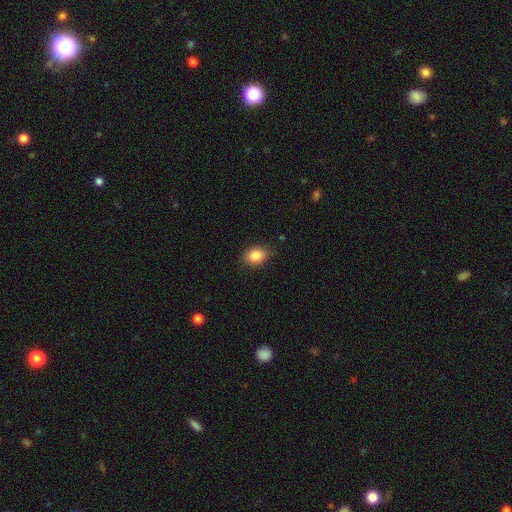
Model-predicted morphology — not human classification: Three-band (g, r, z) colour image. It shows a smooth galaxy with no disk features (85%) that is in between round and cigar-shaped (59%). Merging: none (84%).